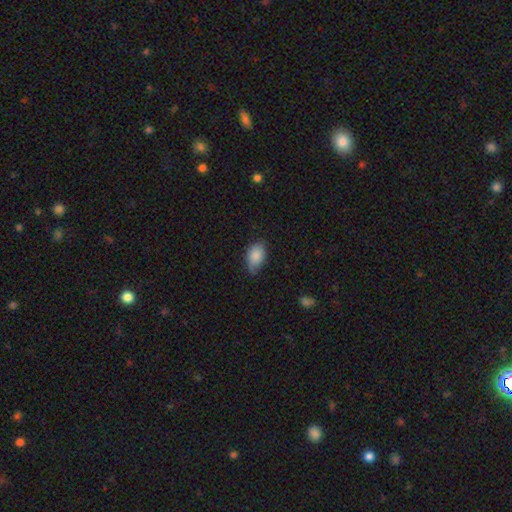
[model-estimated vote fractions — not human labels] Q: Smooth or featured?
A: smooth (87%); runner-up: star or artifact (7%)
Q: How rounded?
A: in between (89%); runner-up: round (9%)
Q: Merging?
A: none (63%); runner-up: minor disturbance (31%)